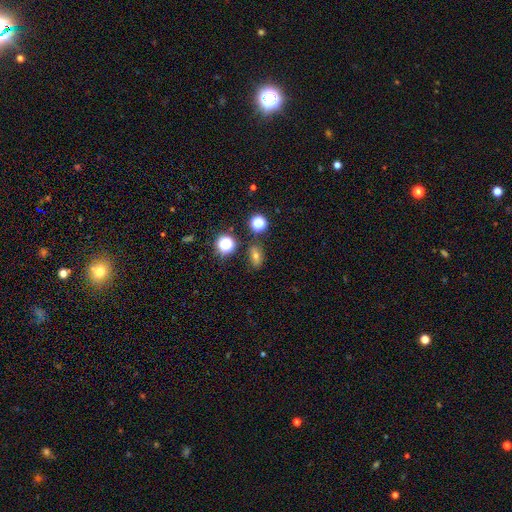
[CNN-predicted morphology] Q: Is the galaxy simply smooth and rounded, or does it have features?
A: smooth — 54%.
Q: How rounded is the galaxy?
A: in between — 65%.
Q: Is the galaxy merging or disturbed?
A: none — 76%.